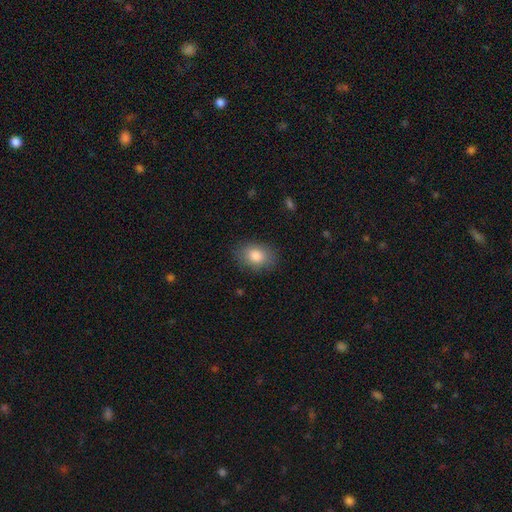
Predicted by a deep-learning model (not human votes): This appears to be a smooth galaxy with no disk features (85%) that is in between round and cigar-shaped (75%). Merging: none (84%).